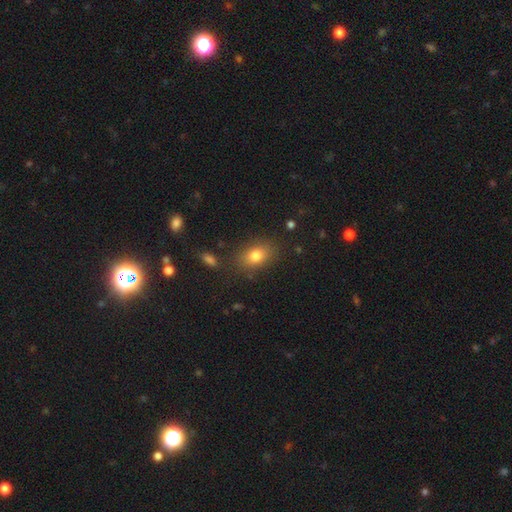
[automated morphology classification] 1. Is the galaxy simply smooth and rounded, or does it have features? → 79% smooth, 11% star or artifact, 10% featured or disk.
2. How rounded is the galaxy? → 77% in between, 21% round, 2% cigar-shaped.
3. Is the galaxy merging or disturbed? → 82% none, 11% minor disturbance, 4% major disturbance, 3% merger.